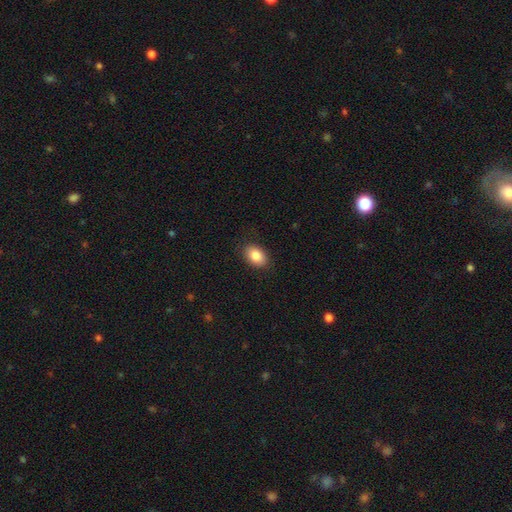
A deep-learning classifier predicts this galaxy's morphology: smooth 86%, star or artifact 8%, featured or disk 6%. Down the decision tree: how rounded — in between (85%); merging — none (88%).